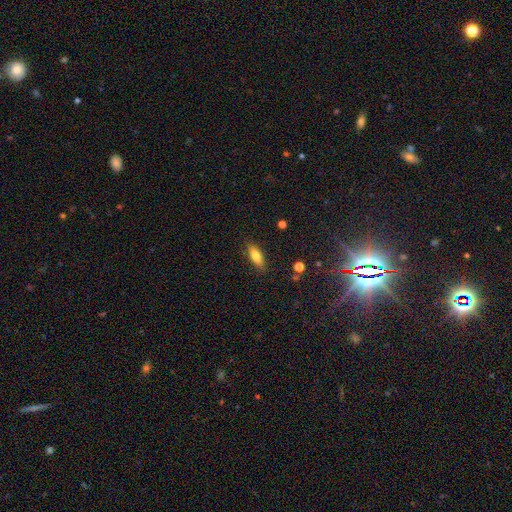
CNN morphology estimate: A smooth galaxy with no disk features (79%) that is in between round and cigar-shaped (63%). Merging: none (86%).